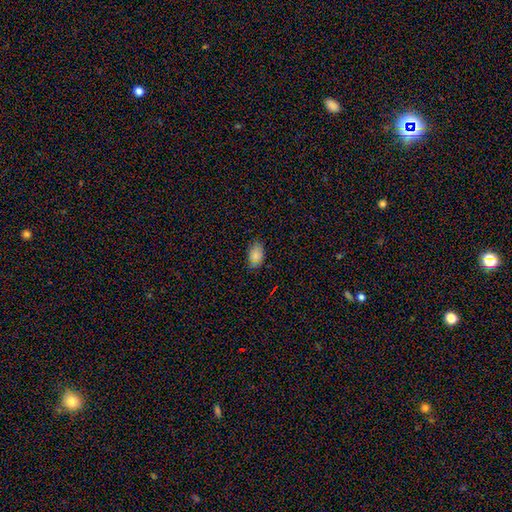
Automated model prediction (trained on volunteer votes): Morphology: type=smooth (85%); roundness=in between (90%); merging=none (80%).